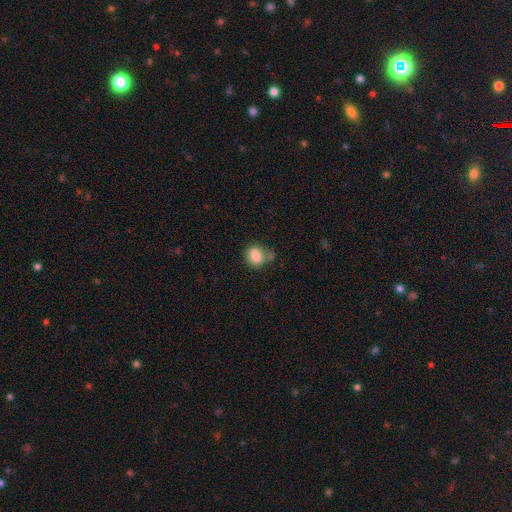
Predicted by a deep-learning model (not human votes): smooth_or_featured: smooth (p=0.85) [alt: star or artifact p=0.09]
how_rounded: round (p=0.56) [alt: in between p=0.43]
merging: none (p=0.54) [alt: minor disturbance p=0.22]